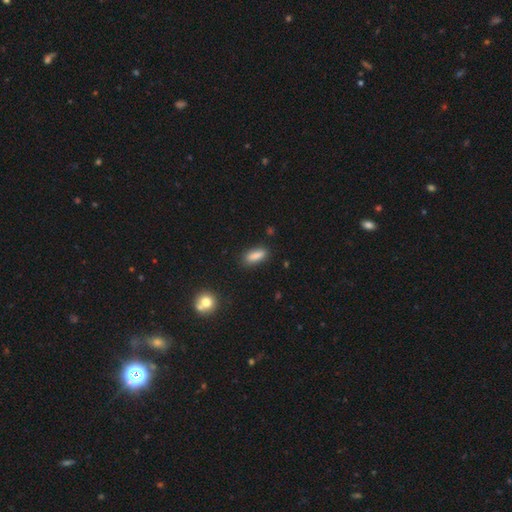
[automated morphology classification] Smooth or featured? Predicted: smooth (p=0.86). How rounded? Predicted: in between (p=0.66). Merging? Predicted: none (p=0.83).